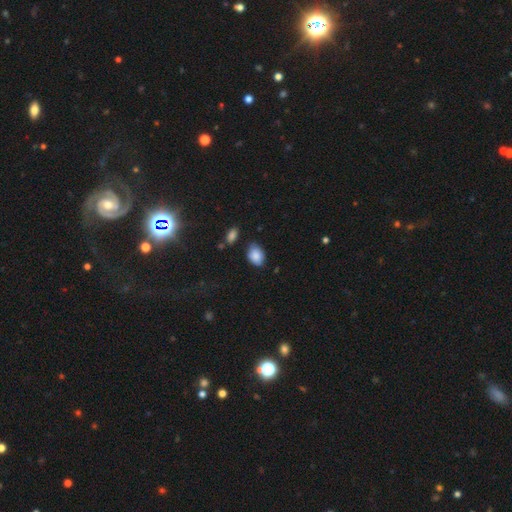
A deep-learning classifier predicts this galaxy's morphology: type=smooth (86%); roundness=in between (83%); merging=none (68%).